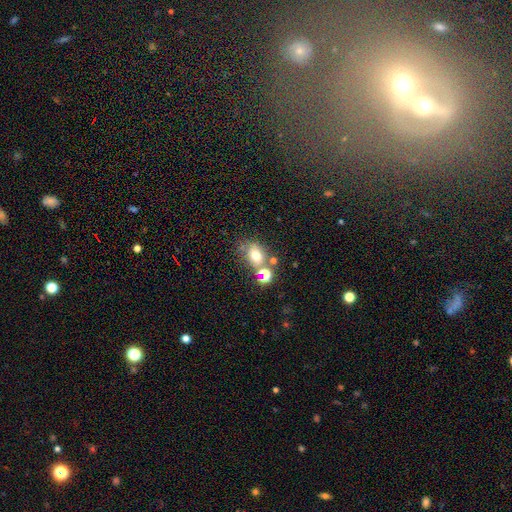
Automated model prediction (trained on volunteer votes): Smooth or featured: smooth — 69% (star or artifact — 17%)
How rounded: in between — 63% (round — 35%)
Merging: none — 52% (merger — 27%)